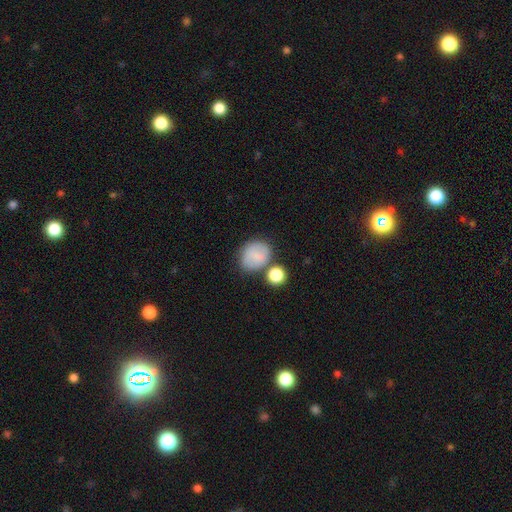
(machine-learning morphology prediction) Smooth or featured? Predicted: smooth (p=0.79). How rounded? Predicted: round (p=0.62). Merging? Predicted: none (p=0.65).